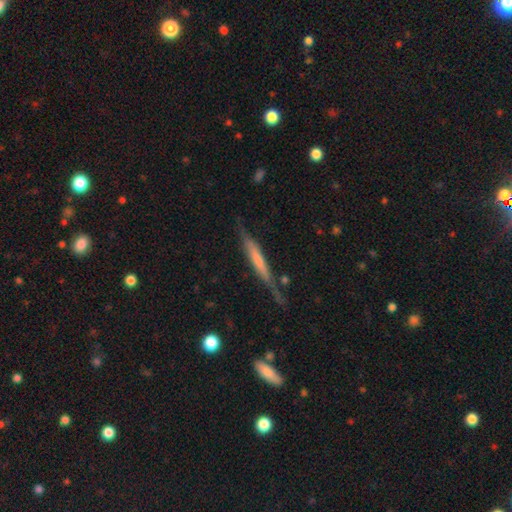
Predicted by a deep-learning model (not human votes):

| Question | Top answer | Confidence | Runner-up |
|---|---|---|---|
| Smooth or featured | featured or disk | 53% | smooth (41%) |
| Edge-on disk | yes | 92% | no (8%) |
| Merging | none | 69% | minor disturbance (21%) |